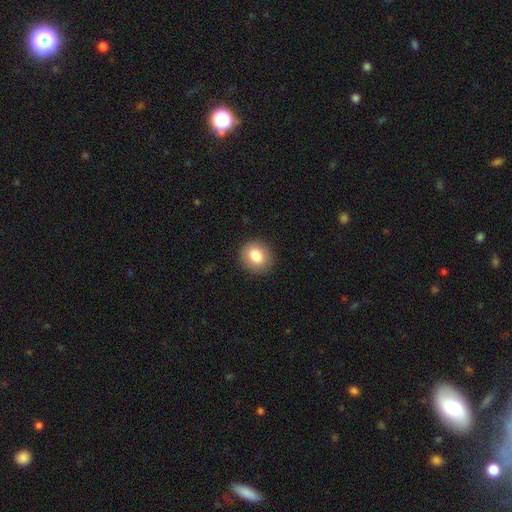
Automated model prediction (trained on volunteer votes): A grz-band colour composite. It shows a smooth galaxy with no disk features (82%) that is round (77%). Merging: none (89%).